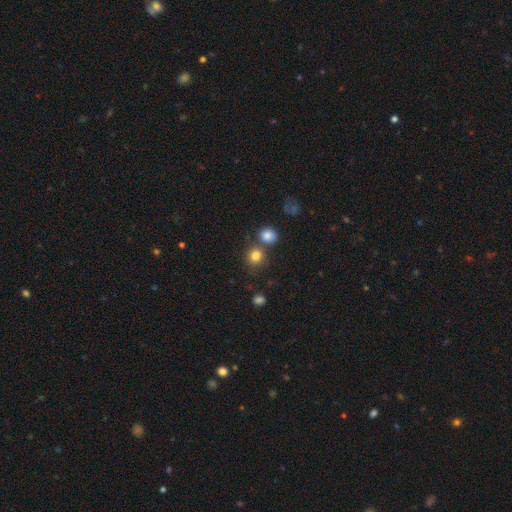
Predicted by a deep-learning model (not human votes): smooth-or-featured: smooth: 81% | star or artifact: 12% | featured or disk: 6%
  how-rounded: round: 83% | in between: 16% | cigar-shaped: 1%
  merging: none: 66% | merger: 21% | minor disturbance: 9% | major disturbance: 3%